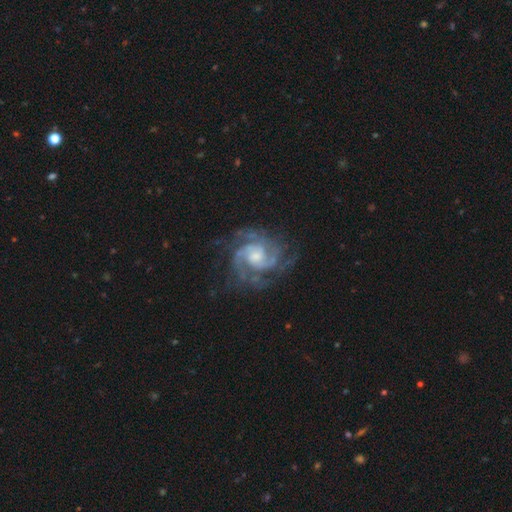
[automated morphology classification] Smooth or featured: featured or disk — 91% (star or artifact — 5%)
Edge-on disk: no — 98% (yes — 2%)
Bar: no — 56% (weak — 36%)
Spiral arms: yes — 98% (no — 2%)
Spiral winding: tight — 52% (medium — 42%)
Spiral arm count: 2 — 38% (3 — 32%)
Bulge size: moderate — 44% (small — 42%)
Merging: none — 74% (minor disturbance — 16%)